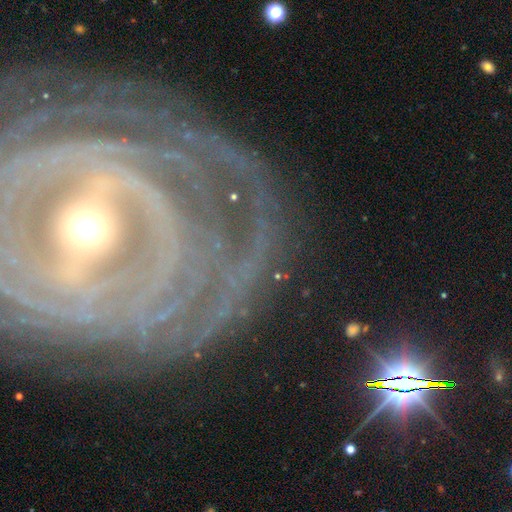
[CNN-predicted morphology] Smooth or featured?
  - featured or disk: 78% *
  - star or artifact: 13%
  - smooth: 9%
Edge-on disk?
  - no: 93% *
  - yes: 7%
Bar?
  - strong: 42% *
  - no: 32%
  - weak: 26%
Spiral arms?
  - yes: 90% *
  - no: 10%
Spiral winding?
  - tight: 74% *
  - medium: 19%
  - loose: 6%
Spiral arm count?
  - can't tell: 26% *
  - 2: 19%
  - 3: 16%
  - more than 4: 14%
  - 4: 13%
  - 1: 11%
Bulge size?
  - moderate: 46% *
  - small: 39%
  - large: 9%
  - none: 3%
  - dominant: 3%
Merging?
  - none: 76% *
  - minor disturbance: 13%
  - major disturbance: 8%
  - merger: 3%